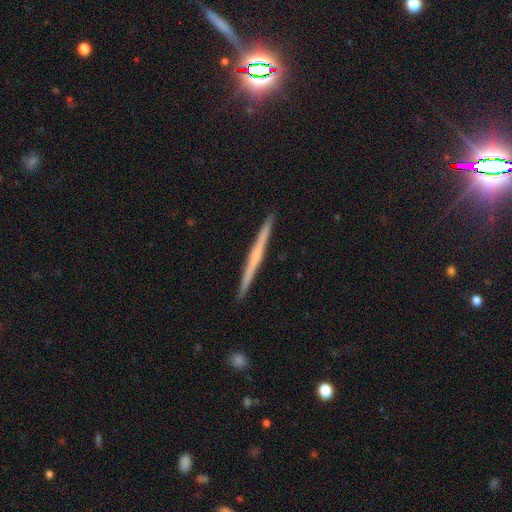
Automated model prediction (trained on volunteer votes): Smooth or featured: featured or disk — 61% (smooth — 31%)
Edge-on disk: yes — 98% (no — 2%)
Edge-on bulge: none — 73% (rounded — 21%)
Merging: none — 92% (minor disturbance — 5%)